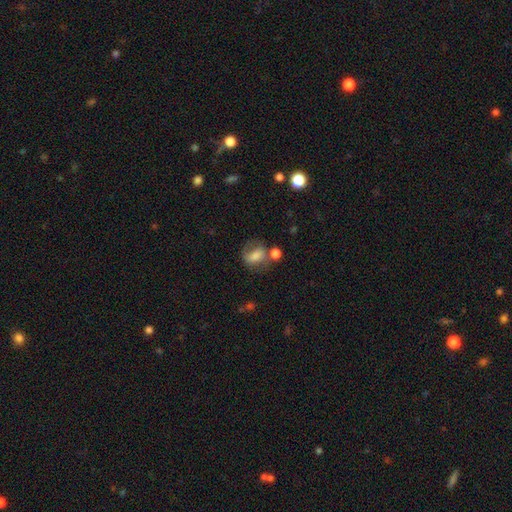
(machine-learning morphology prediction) Smooth or featured? Predicted: smooth (p=0.60). How rounded? Predicted: in between (p=0.64). Merging? Predicted: none (p=0.44).